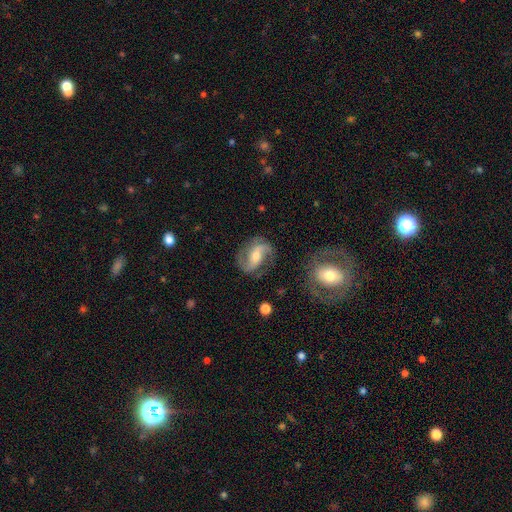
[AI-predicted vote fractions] smooth_or_featured: featured or disk (p=0.83) [alt: smooth p=0.11]
disk_edge_on: no (p=0.96) [alt: yes p=0.04]
bar: strong (p=0.37) [alt: weak p=0.35]
has_spiral_arms: yes (p=0.95) [alt: no p=0.05]
spiral_winding: medium (p=0.43) [alt: loose p=0.40]
spiral_arm_count: 2 (p=0.89) [alt: can't tell p=0.04]
bulge_size: moderate (p=0.56) [alt: small p=0.37]
merging: none (p=0.76) [alt: minor disturbance p=0.15]